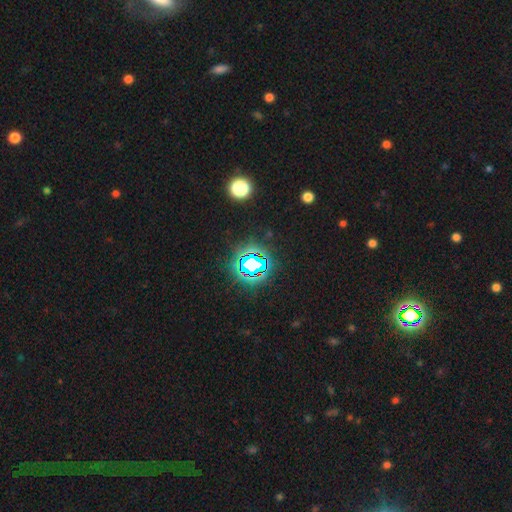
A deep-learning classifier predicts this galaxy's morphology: smooth_or_featured: star or artifact (p=0.78) [alt: smooth p=0.15]